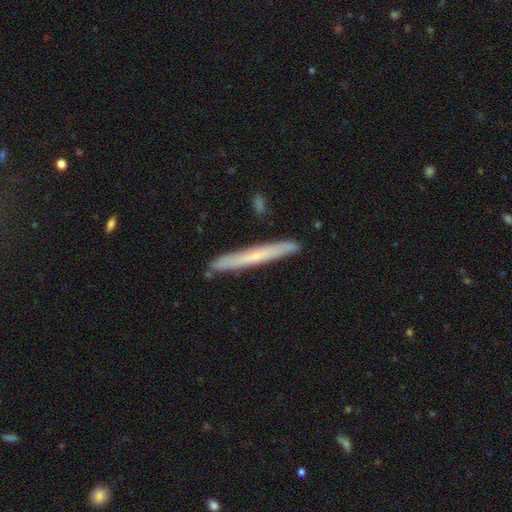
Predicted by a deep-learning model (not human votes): This appears to be a featured or disk galaxy (48%). Merging: none (87%).